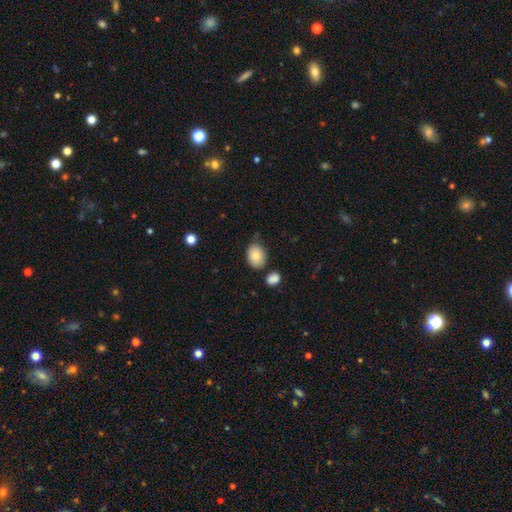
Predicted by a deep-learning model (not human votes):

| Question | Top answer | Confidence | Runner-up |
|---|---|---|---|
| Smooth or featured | smooth | 83% | featured or disk (9%) |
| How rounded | in between | 71% | round (28%) |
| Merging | none | 71% | minor disturbance (18%) |